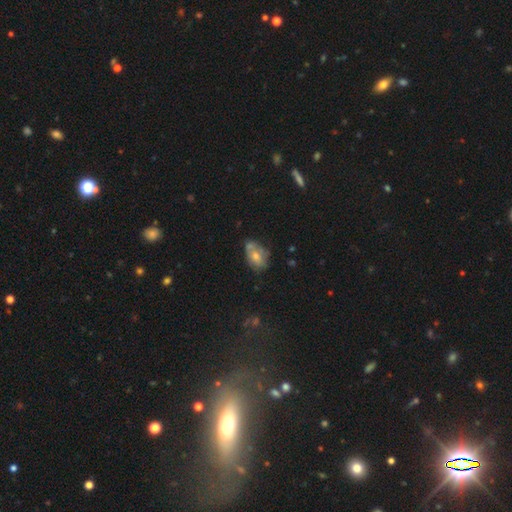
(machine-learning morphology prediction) smooth 62%, featured or disk 29%, star or artifact 9%. Down the decision tree: how rounded — in between (83%); merging — none (44%).